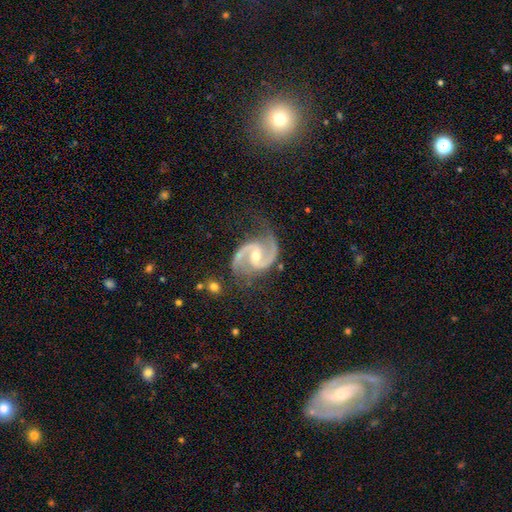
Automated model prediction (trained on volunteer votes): smooth_or_featured: featured or disk (p=0.94) [alt: star or artifact p=0.04]
disk_edge_on: no (p=0.98) [alt: yes p=0.02]
bar: weak (p=0.46) [alt: no p=0.35]
has_spiral_arms: yes (p=0.99) [alt: no p=0.01]
spiral_winding: medium (p=0.65) [alt: loose p=0.18]
spiral_arm_count: 2 (p=0.94) [alt: 3 p=0.01]
bulge_size: moderate (p=0.58) [alt: small p=0.38]
merging: none (p=0.72) [alt: minor disturbance p=0.19]